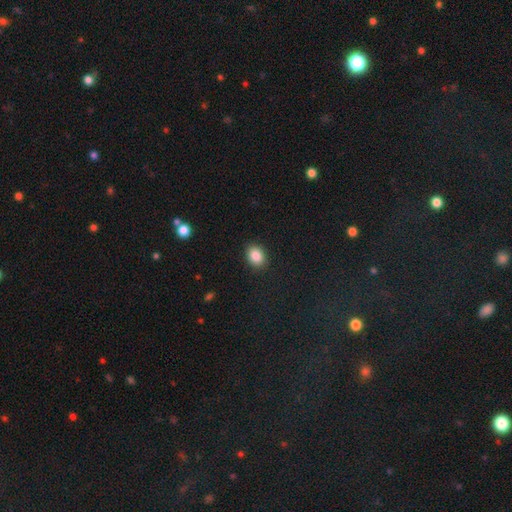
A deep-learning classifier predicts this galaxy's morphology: Overall: smooth (86%). How rounded: in between (62%; round 37%). Merging: none (89%).